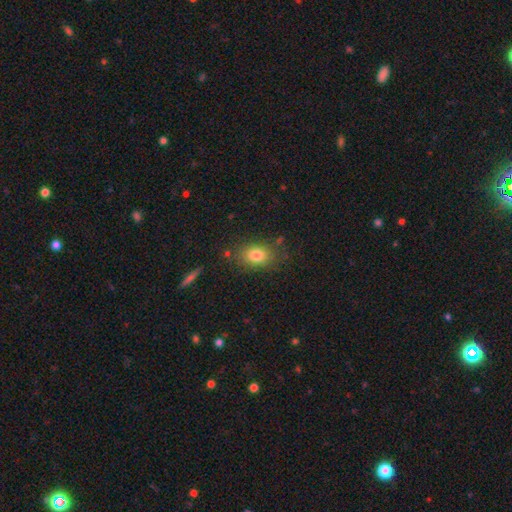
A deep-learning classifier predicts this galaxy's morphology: This is clearly a smooth galaxy (80%). How rounded: likely in between (77%). Merging: likely none (79%).